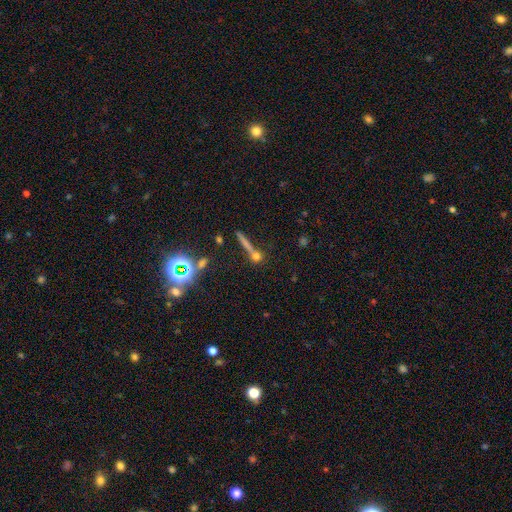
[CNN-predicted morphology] Q: Smooth or featured?
A: smooth (56%); runner-up: star or artifact (22%)
Q: How rounded?
A: round (49%); runner-up: cigar-shaped (39%)
Q: Merging?
A: none (60%); runner-up: merger (24%)